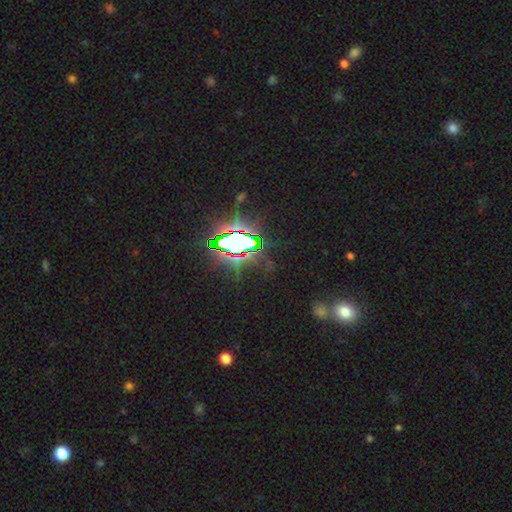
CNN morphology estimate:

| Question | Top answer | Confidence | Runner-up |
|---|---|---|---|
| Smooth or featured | star or artifact | 80% | smooth (11%) |